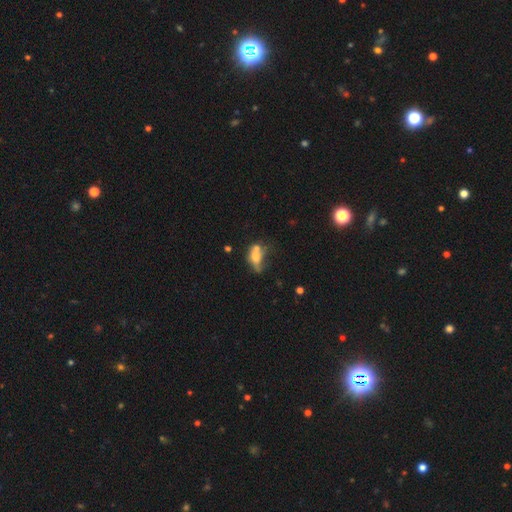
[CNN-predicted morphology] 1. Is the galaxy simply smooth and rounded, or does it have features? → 57% smooth, 32% featured or disk, 11% star or artifact.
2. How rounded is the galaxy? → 76% in between, 17% round, 8% cigar-shaped.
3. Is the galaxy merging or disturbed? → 35% merger, 24% none, 21% major disturbance, 20% minor disturbance.